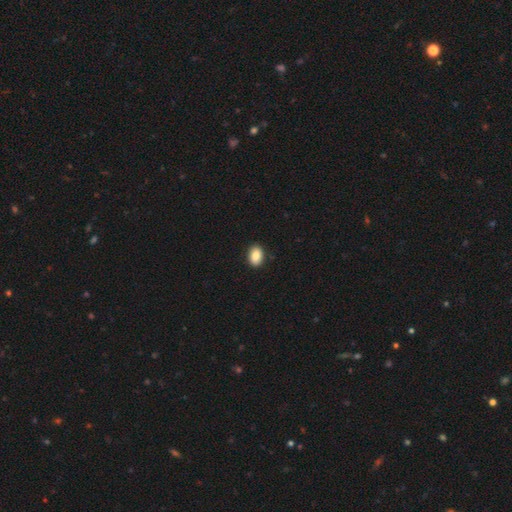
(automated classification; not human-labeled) This is clearly a smooth galaxy (86%). How rounded: clearly in between (84%). Merging: clearly none (90%).